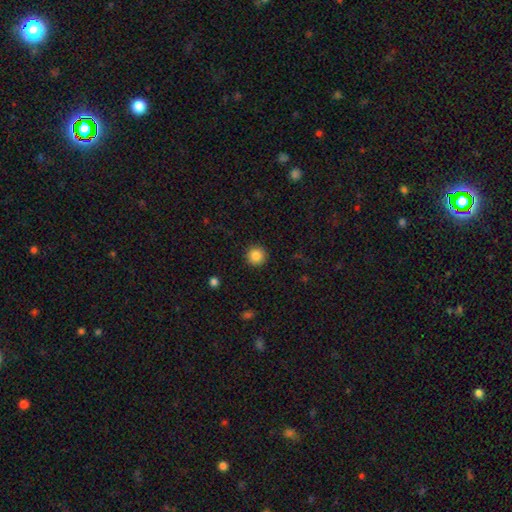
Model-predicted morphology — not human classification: A smooth galaxy with no disk features (86%) that is round (96%). Merging: none (92%).